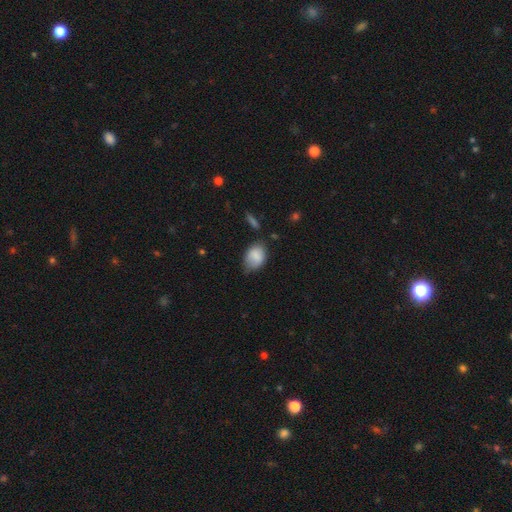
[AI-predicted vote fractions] smooth_or_featured: smooth (p=0.84) [alt: featured or disk p=0.09]
how_rounded: in between (p=0.76) [alt: round p=0.23]
merging: none (p=0.54) [alt: minor disturbance p=0.34]